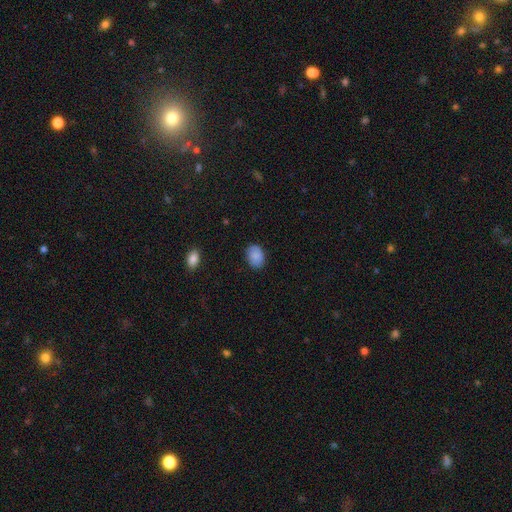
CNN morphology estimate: Smooth or featured: smooth — 86% (star or artifact — 7%)
How rounded: in between — 74% (round — 25%)
Merging: none — 85% (minor disturbance — 12%)